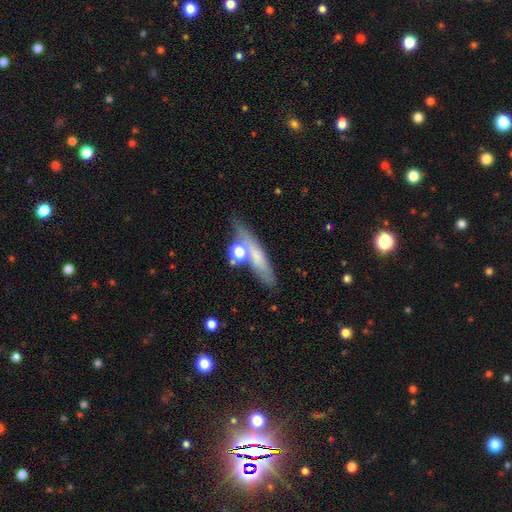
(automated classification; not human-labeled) Smooth or featured? smooth (53%)
How rounded? cigar-shaped (69%)
Merging? none (64%)